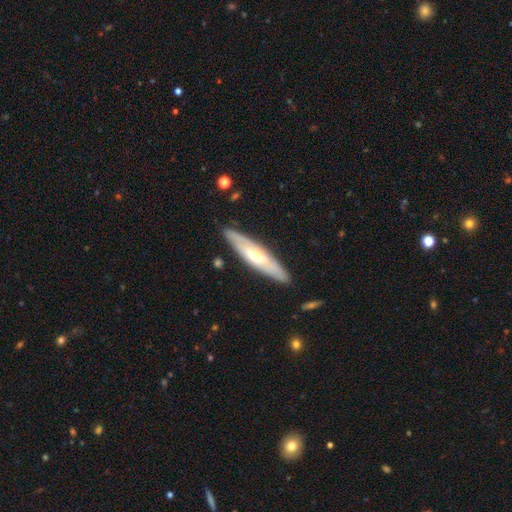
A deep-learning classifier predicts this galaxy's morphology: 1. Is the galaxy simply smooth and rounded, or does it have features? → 62% featured or disk, 32% smooth, 5% star or artifact.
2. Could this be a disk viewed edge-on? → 60% yes, 40% no.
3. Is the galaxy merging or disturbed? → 86% none, 10% minor disturbance, 2% major disturbance, 1% merger.